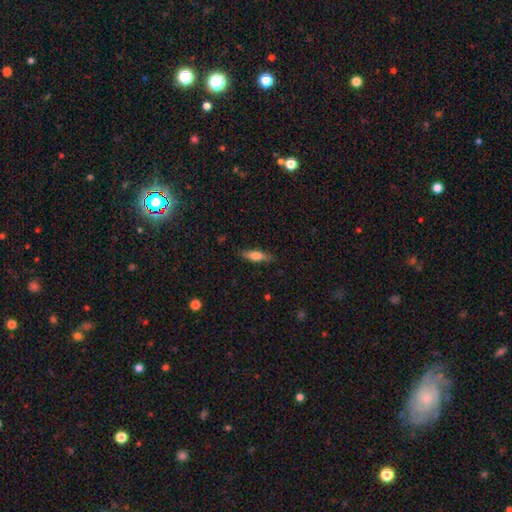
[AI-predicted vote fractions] Smooth or featured: smooth — 66% (featured or disk — 28%)
How rounded: cigar-shaped — 55% (in between — 42%)
Merging: none — 83% (minor disturbance — 13%)